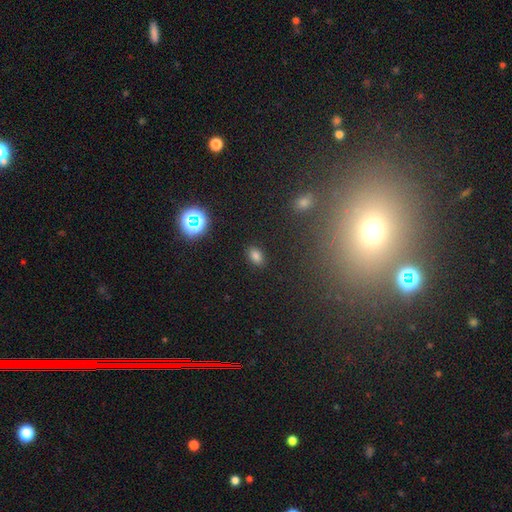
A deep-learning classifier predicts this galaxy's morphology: Q: Smooth or featured?
A: smooth (78%); runner-up: star or artifact (17%)
Q: How rounded?
A: in between (87%); runner-up: round (11%)
Q: Merging?
A: none (87%); runner-up: minor disturbance (9%)